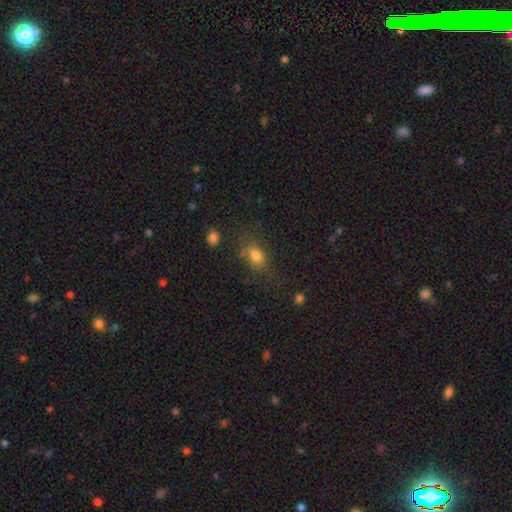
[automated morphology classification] A smooth galaxy with no disk features (79%) that is in between round and cigar-shaped (67%). Merging: none (66%).